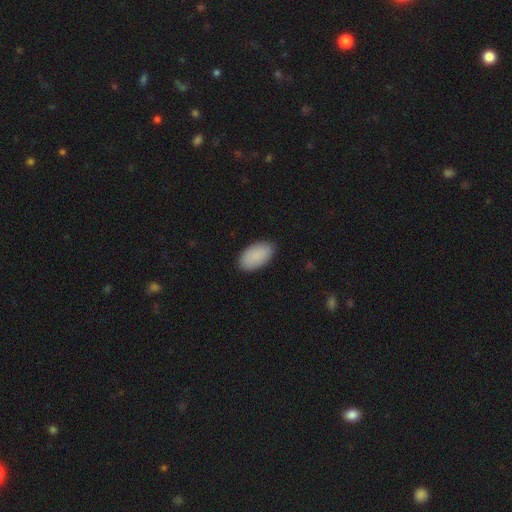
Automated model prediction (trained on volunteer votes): Smooth or featured? Predicted: smooth (p=0.90). How rounded? Predicted: in between (p=0.95). Merging? Predicted: none (p=0.87).